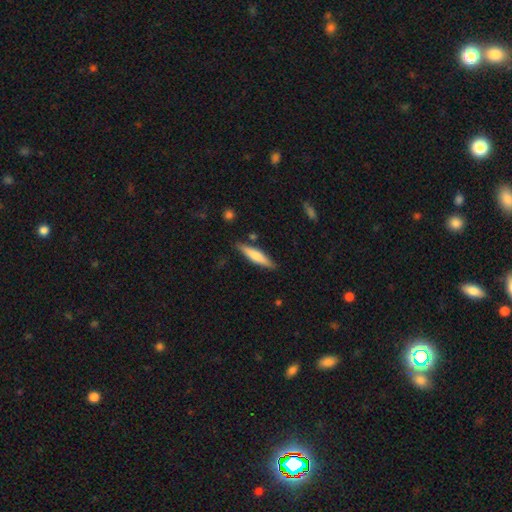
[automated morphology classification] The model was most divided on "smooth or featured": smooth: 63%, featured or disk: 32%, star or artifact: 6%. More confident: merging — none (85%); how rounded — cigar-shaped (82%).